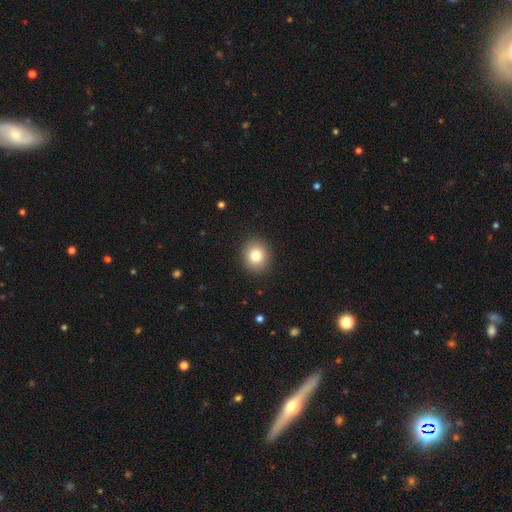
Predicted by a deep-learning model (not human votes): Q: Smooth or featured?
A: smooth (81%); runner-up: star or artifact (11%)
Q: How rounded?
A: round (82%); runner-up: in between (17%)
Q: Merging?
A: none (91%); runner-up: minor disturbance (6%)